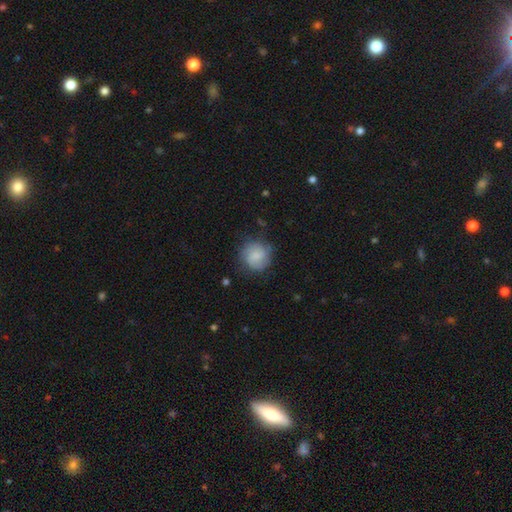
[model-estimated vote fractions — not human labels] Smooth or featured? smooth (61%)
How rounded? round (88%)
Merging? none (72%)